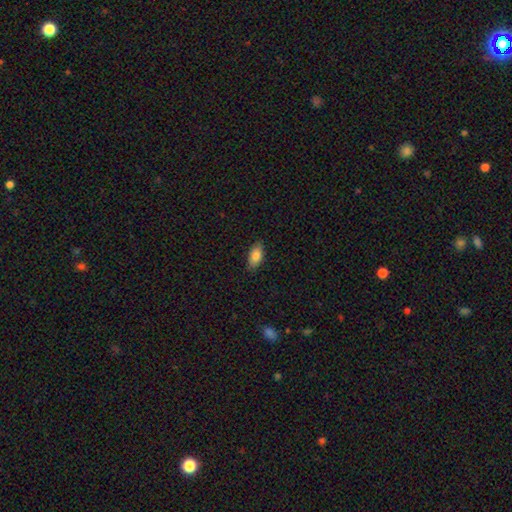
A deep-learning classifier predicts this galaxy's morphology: A smooth galaxy with no disk features (84%) that is in between round and cigar-shaped (91%).

Vote fractions:
- Smooth or featured? smooth: 84% / featured or disk: 9% / star or artifact: 7%
- How rounded? in between: 91% / cigar-shaped: 5% / round: 4%
- Merging? none: 86% / minor disturbance: 11% / major disturbance: 2% / merger: 1%